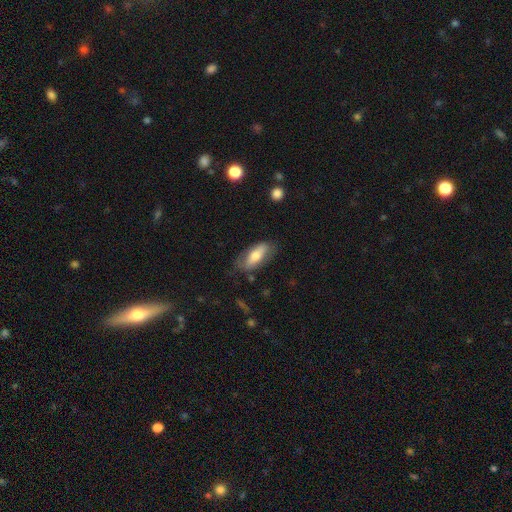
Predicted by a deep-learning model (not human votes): Smooth or featured? Predicted: smooth (p=0.64). How rounded? Predicted: in between (p=0.77). Merging? Predicted: none (p=0.70).